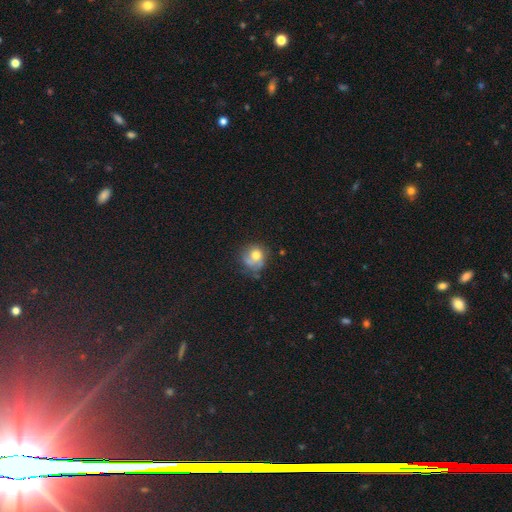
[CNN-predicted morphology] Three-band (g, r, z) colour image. It shows a smooth galaxy with no disk features (60%) that is round (78%). Merging: none (47%).